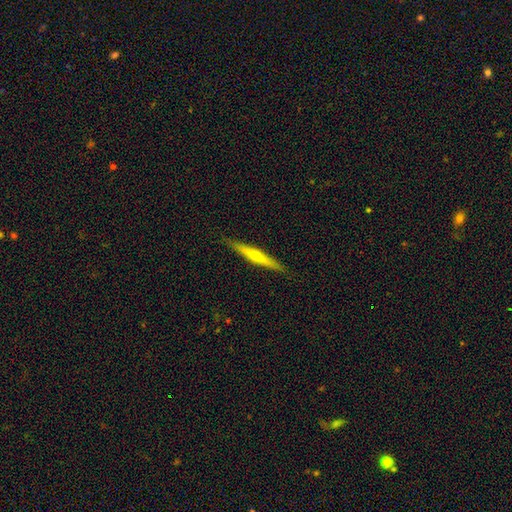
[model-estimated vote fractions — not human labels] Smooth or featured? Predicted: featured or disk (p=0.64). Edge-on disk? Predicted: yes (p=0.96). Edge-on bulge? Predicted: rounded (p=0.79). Merging? Predicted: none (p=0.90).